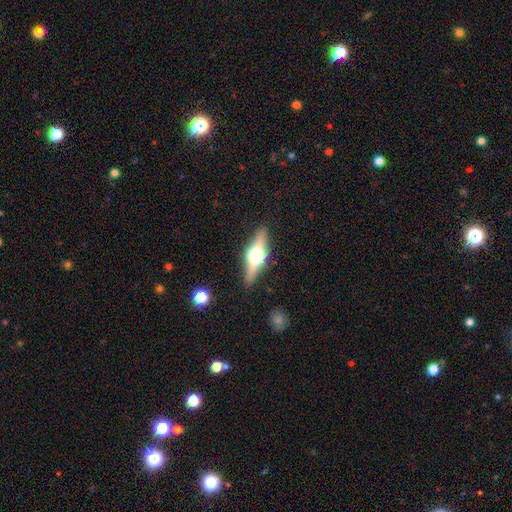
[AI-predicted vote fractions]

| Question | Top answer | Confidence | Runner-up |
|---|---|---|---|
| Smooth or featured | featured or disk | 73% | smooth (21%) |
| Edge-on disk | yes | 96% | no (4%) |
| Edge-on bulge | rounded | 95% | boxy (4%) |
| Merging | none | 88% | minor disturbance (9%) |